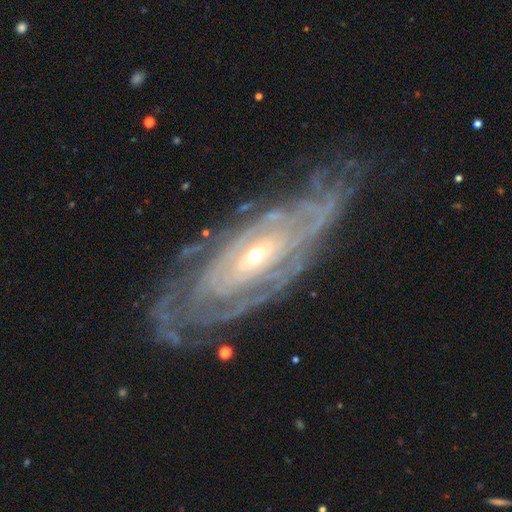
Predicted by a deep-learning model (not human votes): Smooth or featured: featured or disk — 87% (smooth — 7%)
Edge-on disk: no — 88% (yes — 12%)
Bar: no — 61% (weak — 25%)
Spiral arms: yes — 92% (no — 8%)
Spiral winding: tight — 79% (medium — 17%)
Spiral arm count: can't tell — 48% (2 — 14%)
Bulge size: small — 69% (moderate — 27%)
Merging: none — 72% (minor disturbance — 18%)